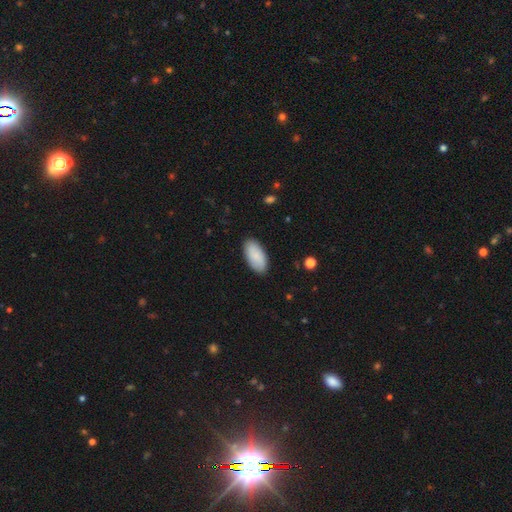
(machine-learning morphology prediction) A smooth galaxy with no disk features (88%) that is in between round and cigar-shaped (95%).

Vote fractions:
- Smooth or featured? smooth: 88% / featured or disk: 7% / star or artifact: 5%
- How rounded? in between: 95% / cigar-shaped: 4% / round: 2%
- Merging? none: 89% / minor disturbance: 8% / major disturbance: 2% / merger: 1%